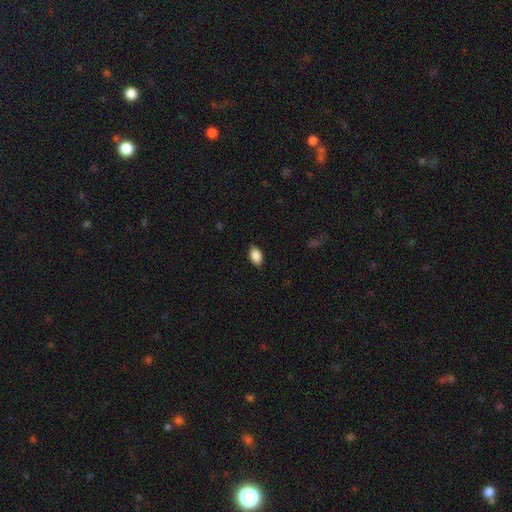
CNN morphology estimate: Smooth or featured: smooth — 87% (star or artifact — 7%)
How rounded: in between — 90% (round — 8%)
Merging: none — 84% (minor disturbance — 13%)